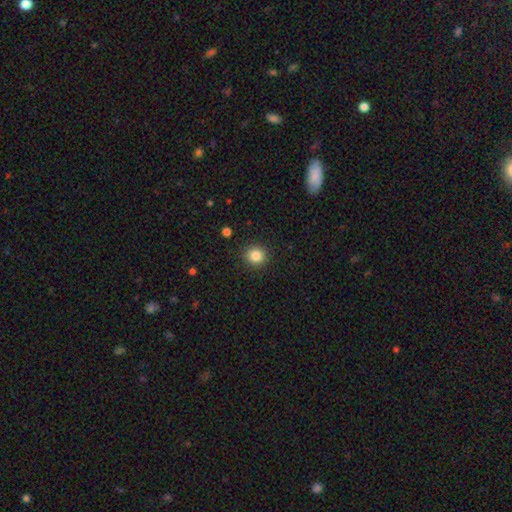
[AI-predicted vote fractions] Morphology: type=smooth (85%); roundness=round (87%); merging=none (90%).